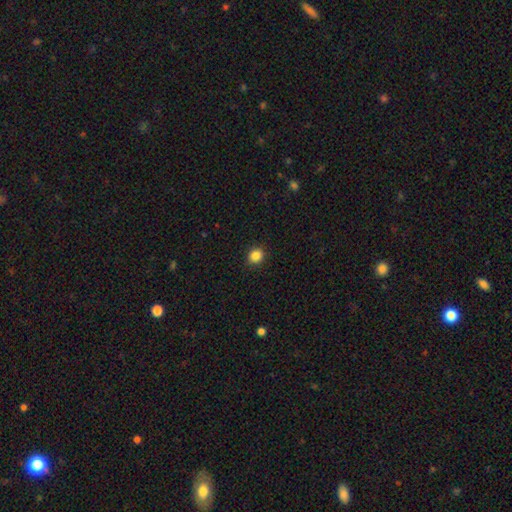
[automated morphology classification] Smooth or featured? smooth (86%)
How rounded? round (83%)
Merging? none (91%)